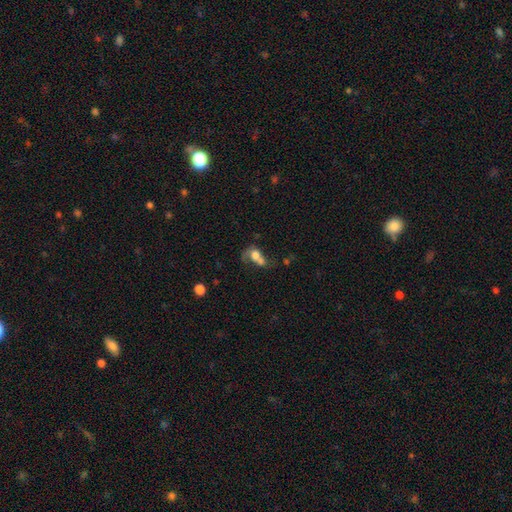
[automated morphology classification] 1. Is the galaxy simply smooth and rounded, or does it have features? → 61% smooth, 27% featured or disk, 12% star or artifact.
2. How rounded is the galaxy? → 60% in between, 38% round, 2% cigar-shaped.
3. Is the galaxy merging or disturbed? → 57% merger, 17% major disturbance, 16% none, 10% minor disturbance.